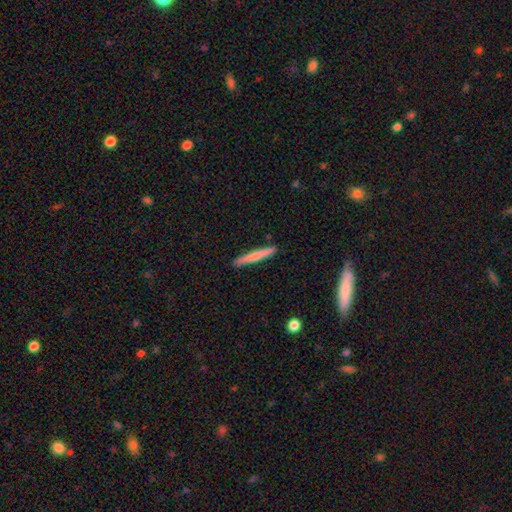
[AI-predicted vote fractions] Smooth or featured? Predicted: smooth (p=0.67). How rounded? Predicted: cigar-shaped (p=0.96). Merging? Predicted: none (p=0.90).